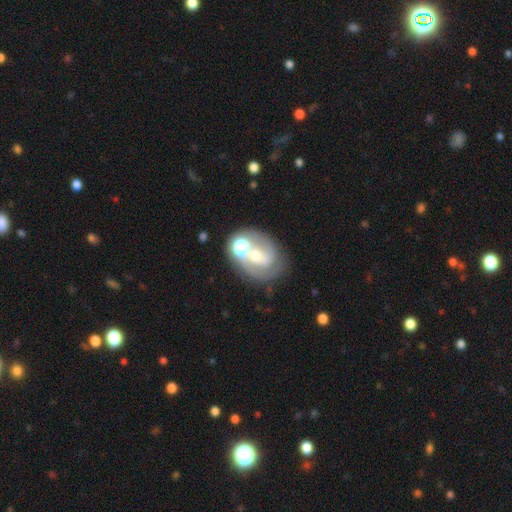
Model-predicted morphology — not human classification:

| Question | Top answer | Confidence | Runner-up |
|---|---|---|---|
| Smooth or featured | featured or disk | 70% | smooth (20%) |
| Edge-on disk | no | 97% | yes (3%) |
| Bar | no | 46% | weak (37%) |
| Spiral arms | yes | 83% | no (17%) |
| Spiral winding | medium | 45% | tight (36%) |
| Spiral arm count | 2 | 74% | can't tell (12%) |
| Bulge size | moderate | 48% | small (41%) |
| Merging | none | 55% | merger (21%) |